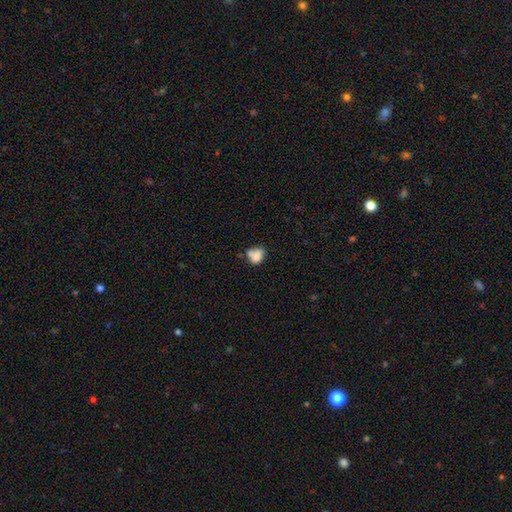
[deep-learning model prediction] Smooth or featured? Predicted: smooth (p=0.75). How rounded? Predicted: in between (p=0.56). Merging? Predicted: none (p=0.39).